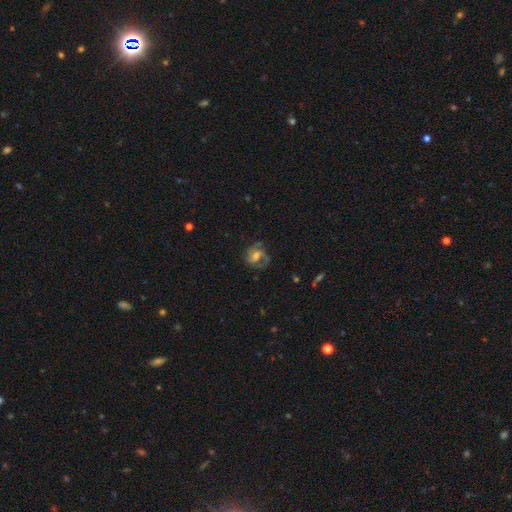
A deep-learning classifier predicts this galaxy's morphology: The model was most divided on "bar": no: 44%, weak: 42%, strong: 14%. Remaining: edge-on disk — no (97%); spiral arms — yes (84%); smooth or featured — featured or disk (64%); merging — none (56%); spiral arm count — 2 (55%); spiral winding — medium (48%); bulge size — moderate (38%).